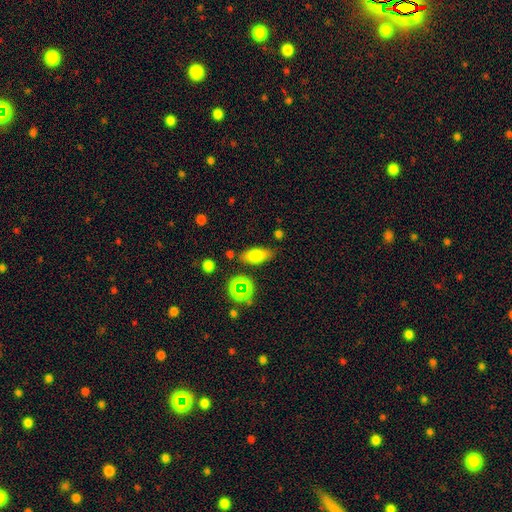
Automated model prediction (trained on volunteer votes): smooth-or-featured: smooth: 69% | featured or disk: 18% | star or artifact: 12%
  how-rounded: in between: 76% | cigar-shaped: 16% | round: 7%
  merging: none: 77% | minor disturbance: 14% | merger: 5% | major disturbance: 4%